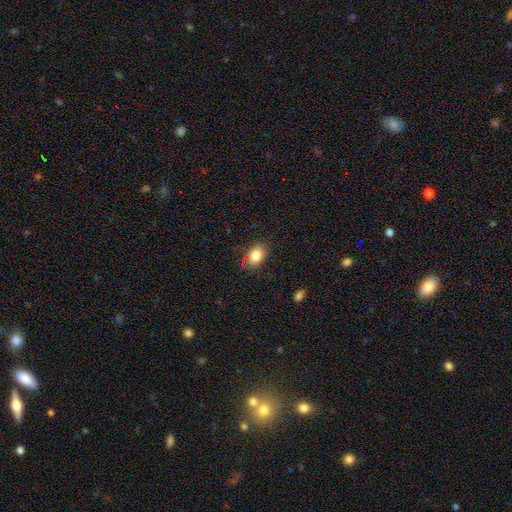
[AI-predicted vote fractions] A smooth galaxy with no disk features (82%) that is in between round and cigar-shaped (78%). Merging: none (81%).